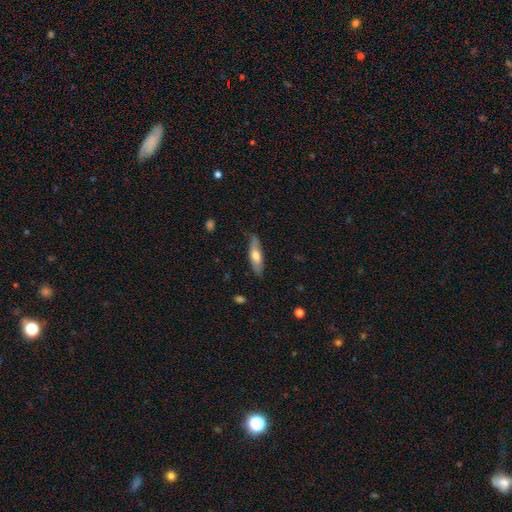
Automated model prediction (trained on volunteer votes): This is likely a smooth galaxy (61%). How rounded: likely cigar-shaped (62%). Merging: likely none (76%).